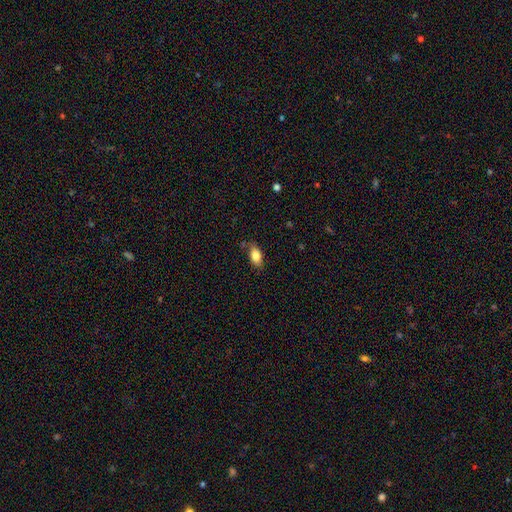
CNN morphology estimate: smooth 83%, featured or disk 9%, star or artifact 8%. Down the decision tree: how rounded — in between (88%); merging — none (77%).